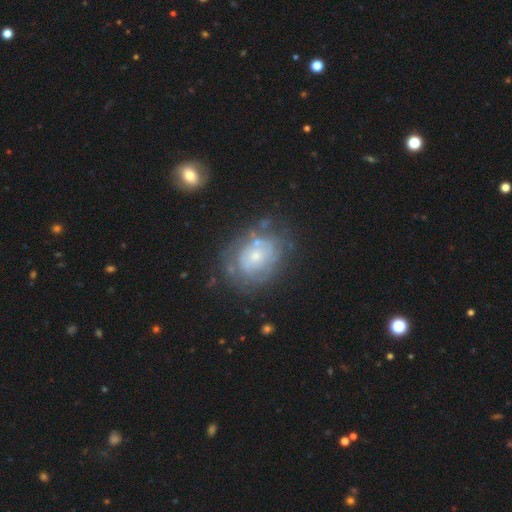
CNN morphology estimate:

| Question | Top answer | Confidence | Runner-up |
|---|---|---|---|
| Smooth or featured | featured or disk | 65% | smooth (27%) |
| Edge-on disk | no | 97% | yes (3%) |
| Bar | no | 83% | weak (14%) |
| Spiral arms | yes | 59% | no (41%) |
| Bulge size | small | 60% | moderate (33%) |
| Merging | none | 62% | minor disturbance (21%) |